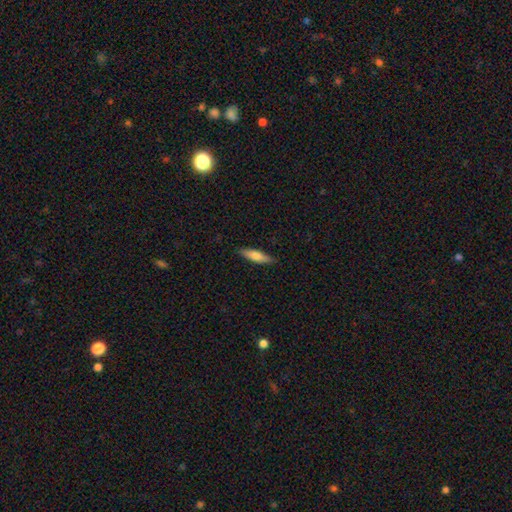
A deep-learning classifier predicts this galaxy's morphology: Q: Smooth or featured?
A: smooth (73%); runner-up: featured or disk (21%)
Q: How rounded?
A: cigar-shaped (62%); runner-up: in between (37%)
Q: Merging?
A: none (87%); runner-up: minor disturbance (10%)